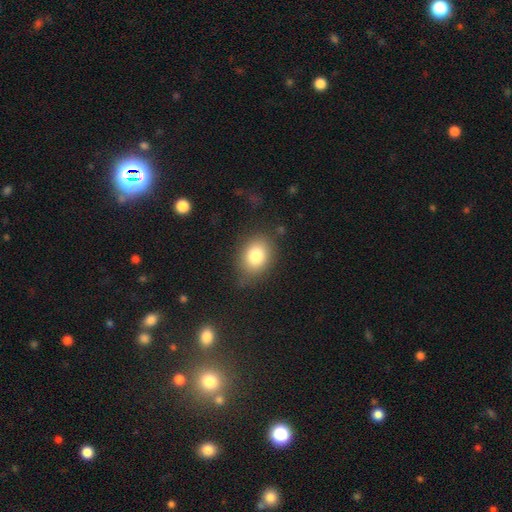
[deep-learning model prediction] Q: Smooth or featured?
A: smooth (80%); runner-up: featured or disk (11%)
Q: How rounded?
A: in between (63%); runner-up: round (35%)
Q: Merging?
A: none (74%); runner-up: minor disturbance (18%)